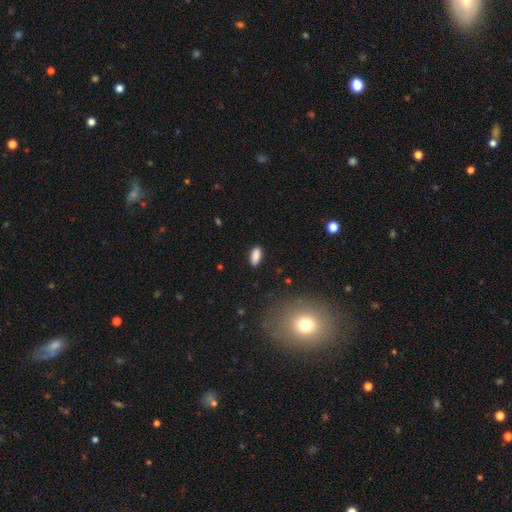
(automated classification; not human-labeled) smooth-or-featured: smooth: 87% | star or artifact: 8% | featured or disk: 5%
  how-rounded: in between: 86% | cigar-shaped: 11% | round: 3%
  merging: none: 87% | minor disturbance: 10% | major disturbance: 2% | merger: 1%